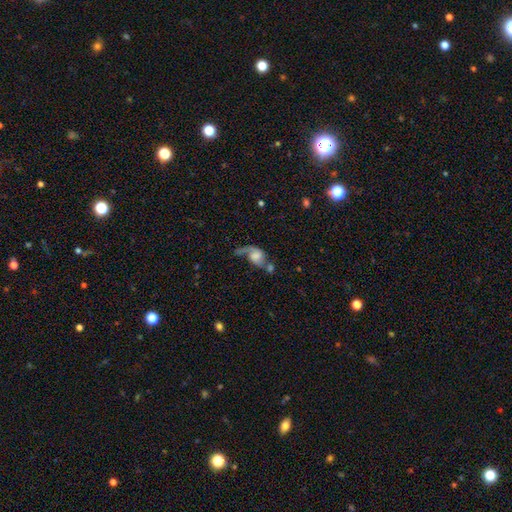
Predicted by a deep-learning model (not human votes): Smooth or featured? Predicted: featured or disk (p=0.57). Edge-on disk? Predicted: no (p=0.96). Bar? Predicted: no (p=0.66). Spiral arms? Predicted: yes (p=0.83). Bulge size? Predicted: moderate (p=0.29). Merging? Predicted: major disturbance (p=0.34).